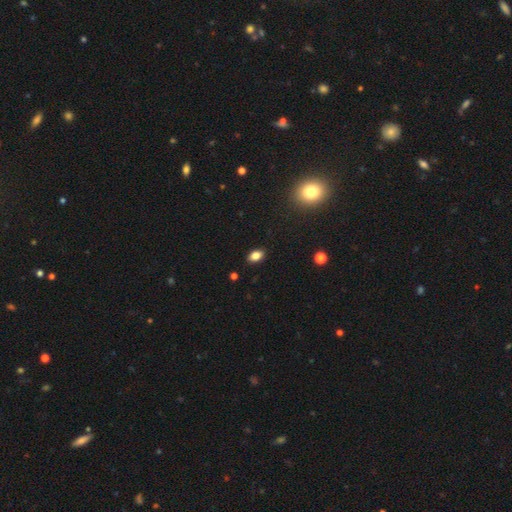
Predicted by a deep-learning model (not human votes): Morphology: type=smooth (82%); roundness=in between (87%); merging=none (88%).